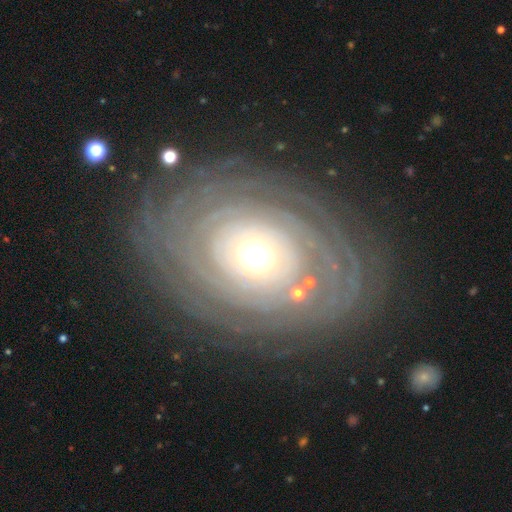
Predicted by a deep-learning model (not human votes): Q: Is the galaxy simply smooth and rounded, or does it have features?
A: featured or disk — 85%.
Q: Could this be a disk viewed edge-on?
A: no — 96%.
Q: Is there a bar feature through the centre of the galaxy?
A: no — 82%.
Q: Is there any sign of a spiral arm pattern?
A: yes — 90%.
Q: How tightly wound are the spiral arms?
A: tight — 87%.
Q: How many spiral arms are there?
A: can't tell — 33%.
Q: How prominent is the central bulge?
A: moderate — 66%.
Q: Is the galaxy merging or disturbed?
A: none — 81%.